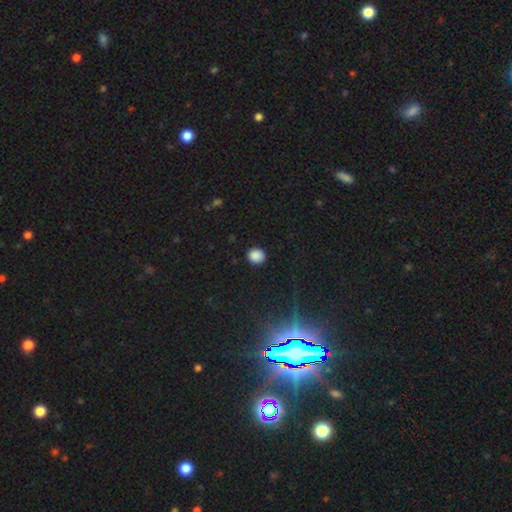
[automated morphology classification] The model was most divided on "how rounded": round: 86%, in between: 13%, cigar-shaped: 1%. More confident: merging — none (91%); smooth or featured — smooth (87%).